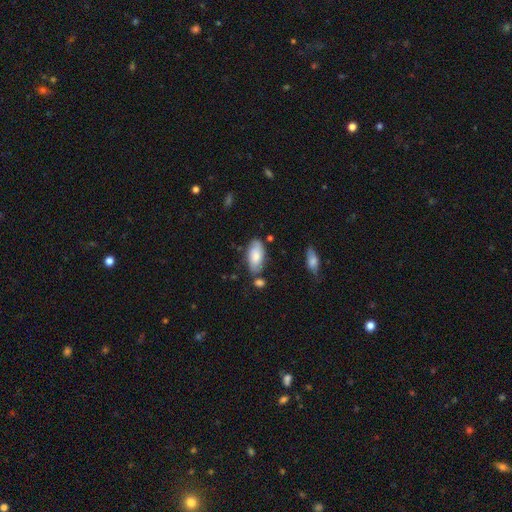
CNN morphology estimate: A smooth galaxy with no disk features (74%) that is in between round and cigar-shaped (92%).

Vote fractions:
- Smooth or featured? smooth: 74% / featured or disk: 19% / star or artifact: 6%
- How rounded? in between: 92% / cigar-shaped: 6% / round: 2%
- Merging? none: 69% / minor disturbance: 20% / merger: 8% / major disturbance: 4%